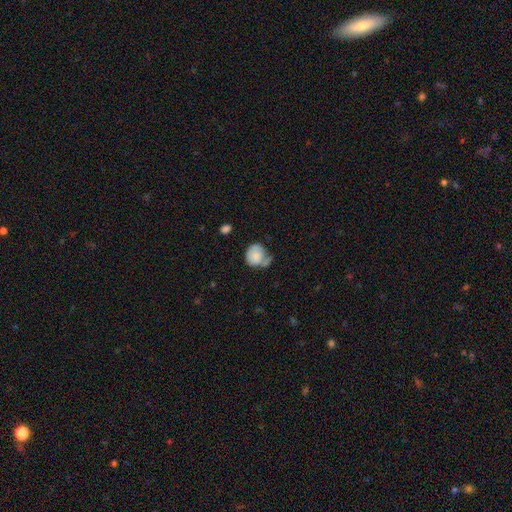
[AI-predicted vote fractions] smooth 79%, featured or disk 13%, star or artifact 7%. Down the decision tree: how rounded — round (73%); merging — none (40%).